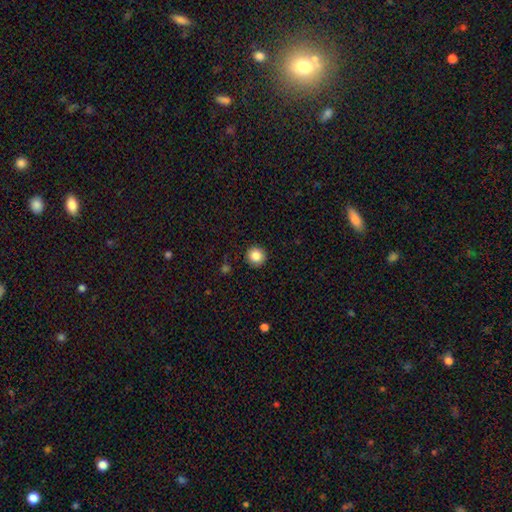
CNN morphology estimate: A smooth galaxy with no disk features (84%) that is round (95%).

Vote fractions:
- Smooth or featured? smooth: 84% / star or artifact: 10% / featured or disk: 6%
- How rounded? round: 95% / in between: 4% / cigar-shaped: 1%
- Merging? none: 92% / minor disturbance: 5% / major disturbance: 2% / merger: 1%